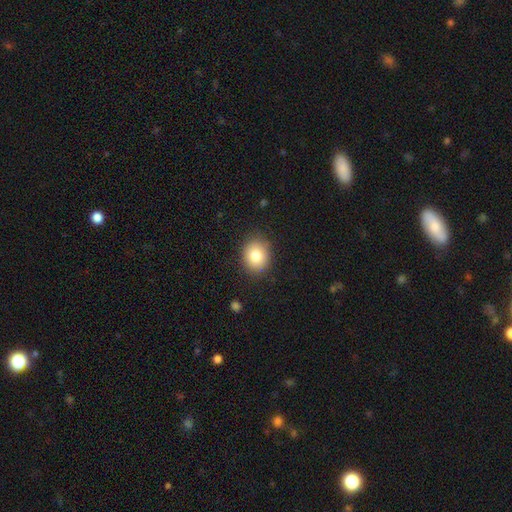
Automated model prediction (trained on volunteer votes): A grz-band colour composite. It shows a smooth galaxy with no disk features (81%) that is round (67%). Merging: none (87%).